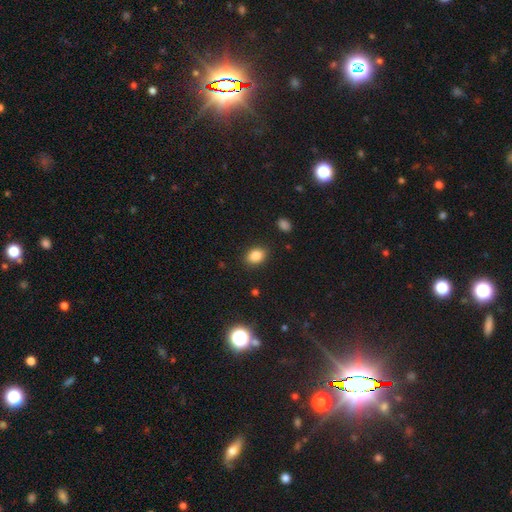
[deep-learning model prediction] Smooth or featured?
  - smooth: 85% *
  - star or artifact: 10%
  - featured or disk: 5%
How rounded?
  - in between: 70% *
  - round: 29%
  - cigar-shaped: 1%
Merging?
  - none: 87% *
  - minor disturbance: 9%
  - major disturbance: 3%
  - merger: 1%